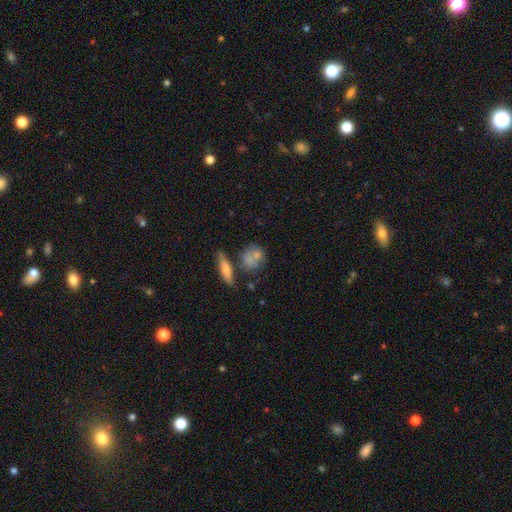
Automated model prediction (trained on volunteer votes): Smooth or featured?
  - smooth: 58% *
  - featured or disk: 26%
  - star or artifact: 15%
How rounded?
  - round: 61% *
  - in between: 30%
  - cigar-shaped: 9%
Merging?
  - none: 59% *
  - merger: 21%
  - minor disturbance: 14%
  - major disturbance: 6%